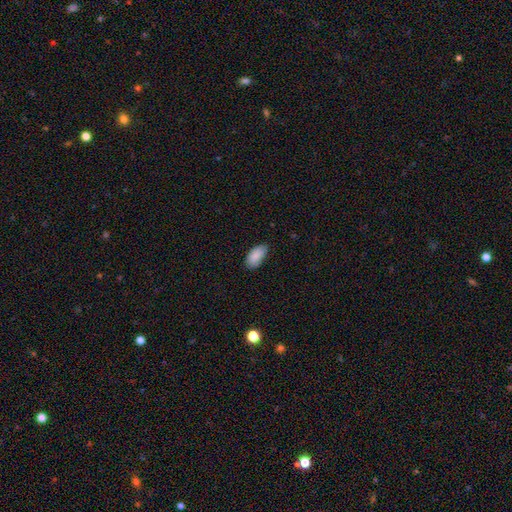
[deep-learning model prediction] The model was most divided on "merging": none: 77%, minor disturbance: 19%, major disturbance: 3%, merger: 1%. More confident: how rounded — in between (94%); smooth or featured — smooth (89%).